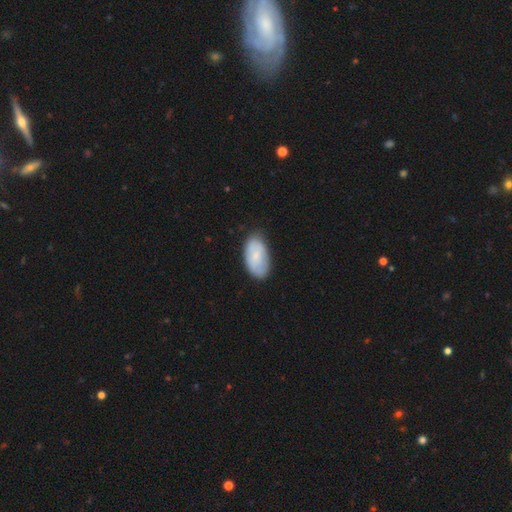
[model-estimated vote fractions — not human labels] Morphology: type=smooth (70%); roundness=in between (95%); merging=none (76%).